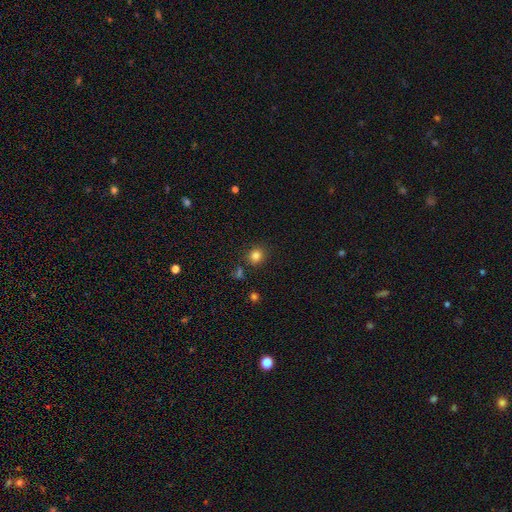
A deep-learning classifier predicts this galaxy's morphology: type=smooth (82%); roundness=round (80%); merging=none (84%).